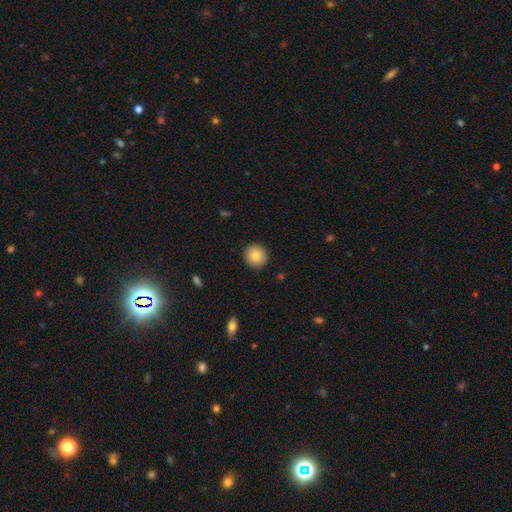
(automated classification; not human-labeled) Q: Smooth or featured?
A: smooth (85%); runner-up: star or artifact (9%)
Q: How rounded?
A: round (92%); runner-up: in between (7%)
Q: Merging?
A: none (91%); runner-up: minor disturbance (6%)